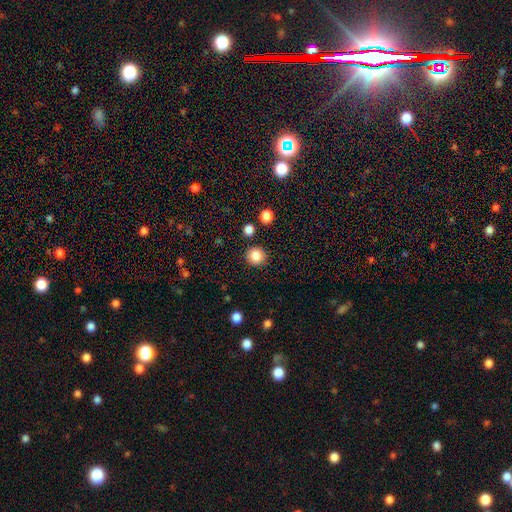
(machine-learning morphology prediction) Smooth or featured: smooth — 85% (star or artifact — 10%)
How rounded: round — 91% (in between — 8%)
Merging: none — 88% (minor disturbance — 7%)